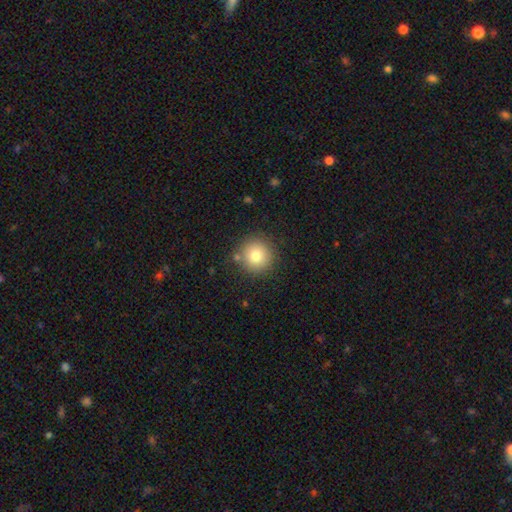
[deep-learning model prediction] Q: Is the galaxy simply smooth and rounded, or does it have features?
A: smooth — 78%.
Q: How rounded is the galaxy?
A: round — 95%.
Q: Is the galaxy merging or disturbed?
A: none — 85%.